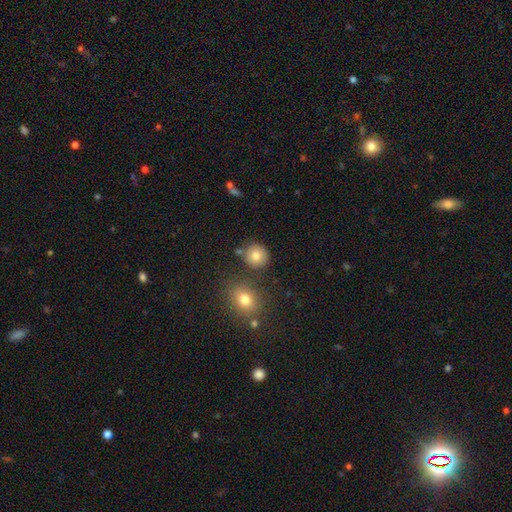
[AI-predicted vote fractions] Smooth or featured? smooth (80%)
How rounded? round (90%)
Merging? none (81%)